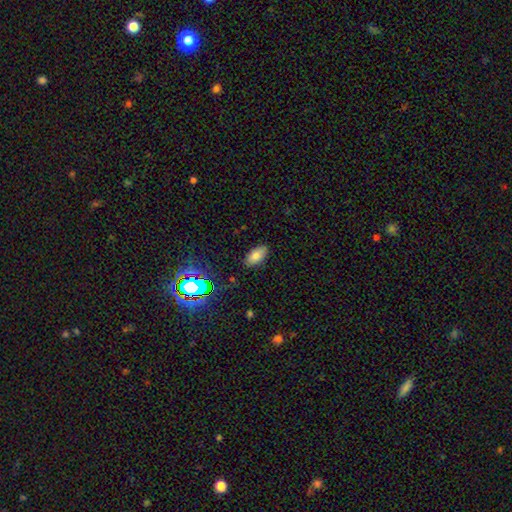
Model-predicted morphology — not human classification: smooth_or_featured: smooth (p=0.75) [alt: star or artifact p=0.14]
how_rounded: in between (p=0.93) [alt: cigar-shaped p=0.04]
merging: none (p=0.86) [alt: minor disturbance p=0.10]